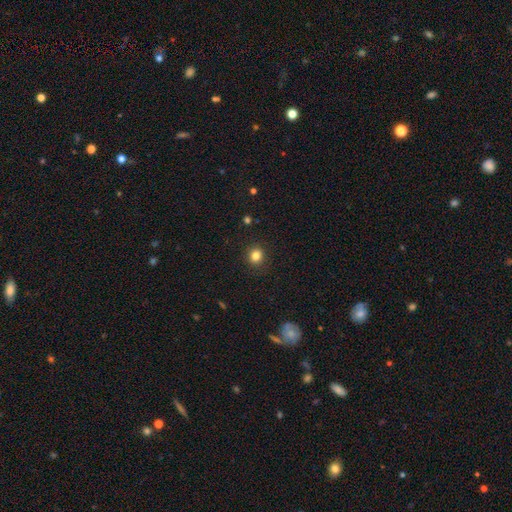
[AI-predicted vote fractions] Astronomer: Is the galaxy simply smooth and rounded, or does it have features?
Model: smooth — 83%.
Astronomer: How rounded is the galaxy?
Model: round — 81%.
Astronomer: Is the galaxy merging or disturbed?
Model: none — 90%.